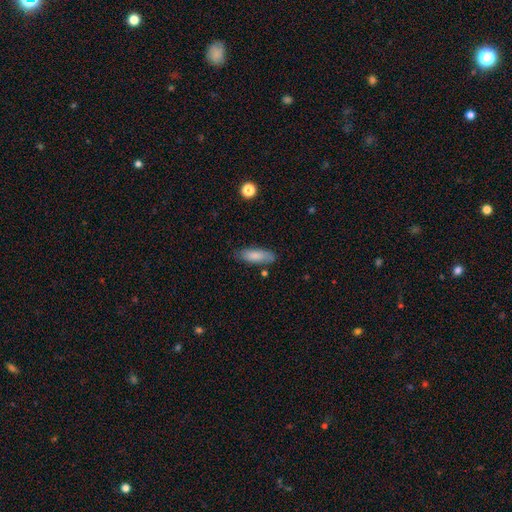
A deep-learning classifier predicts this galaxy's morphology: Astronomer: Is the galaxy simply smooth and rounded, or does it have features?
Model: smooth — 83%.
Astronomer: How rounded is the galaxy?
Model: in between — 62% (runner-up: cigar-shaped, 37%).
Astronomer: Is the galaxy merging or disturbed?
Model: none — 76%.